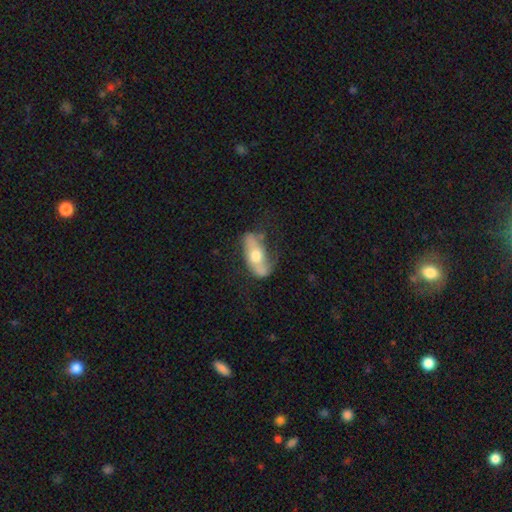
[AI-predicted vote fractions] Q: Smooth or featured?
A: featured or disk (53%); runner-up: smooth (41%)
Q: Edge-on disk?
A: no (72%); runner-up: yes (28%)
Q: Merging?
A: none (54%); runner-up: minor disturbance (28%)